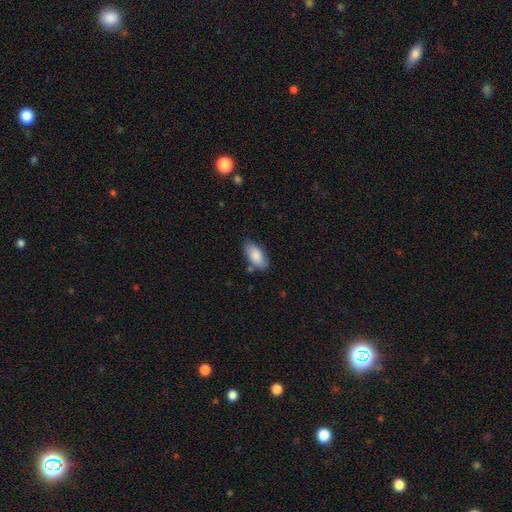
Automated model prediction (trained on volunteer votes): smooth_or_featured: smooth (p=0.86) [alt: featured or disk p=0.08]
how_rounded: in between (p=0.92) [alt: cigar-shaped p=0.05]
merging: none (p=0.74) [alt: minor disturbance p=0.19]